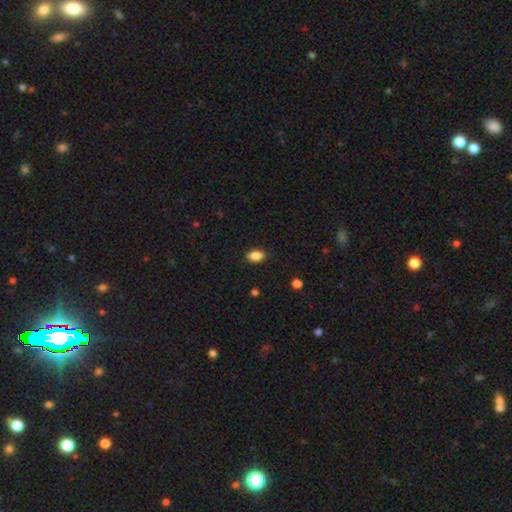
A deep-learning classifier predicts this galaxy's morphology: This appears to be a smooth galaxy with no disk features (87%) that is in between round and cigar-shaped (90%). Merging: none (87%).